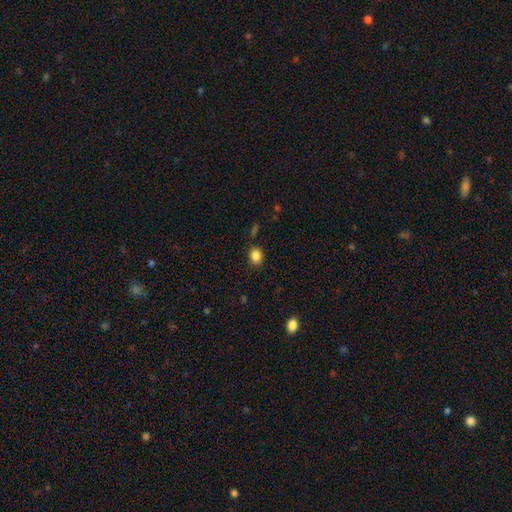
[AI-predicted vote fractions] Smooth or featured? Predicted: smooth (p=0.86). How rounded? Predicted: in between (p=0.50). Merging? Predicted: none (p=0.86).